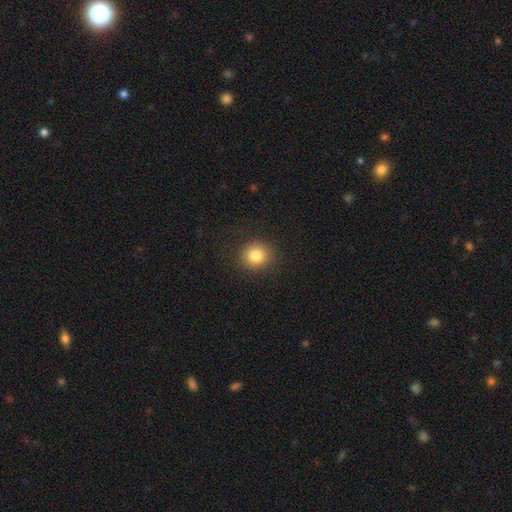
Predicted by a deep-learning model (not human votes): A smooth galaxy with no disk features (83%) that is round (88%).

Vote fractions:
- Smooth or featured? smooth: 83% / star or artifact: 11% / featured or disk: 7%
- How rounded? round: 88% / in between: 11% / cigar-shaped: 1%
- Merging? none: 89% / minor disturbance: 7% / major disturbance: 3% / merger: 1%